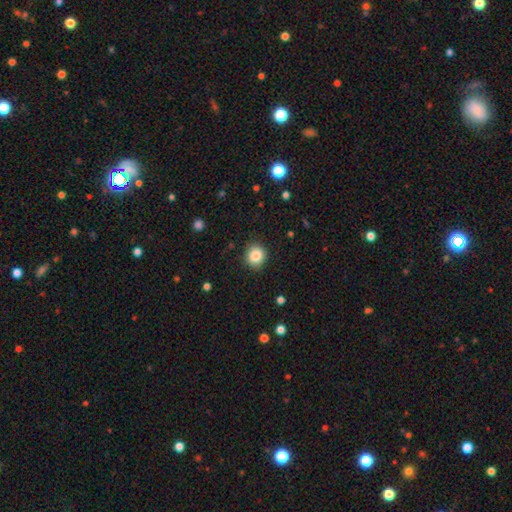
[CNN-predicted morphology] A smooth galaxy with no disk features (85%) that is round (81%).

Vote fractions:
- Smooth or featured? smooth: 85% / star or artifact: 10% / featured or disk: 5%
- How rounded? round: 81% / in between: 19% / cigar-shaped: 1%
- Merging? none: 87% / minor disturbance: 9% / major disturbance: 3% / merger: 1%